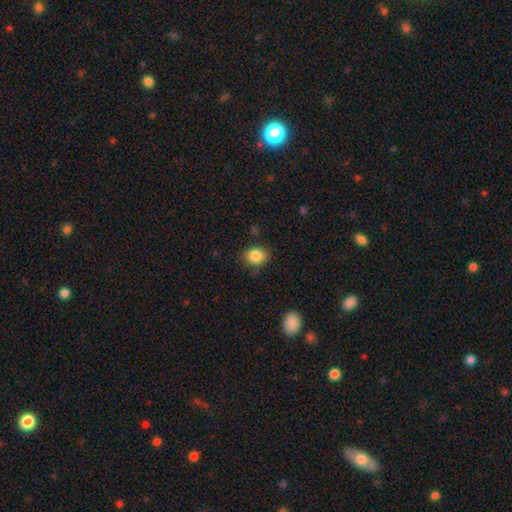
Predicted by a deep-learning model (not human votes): This appears to be a smooth galaxy with no disk features (86%) that is round (52%). Merging: none (83%).